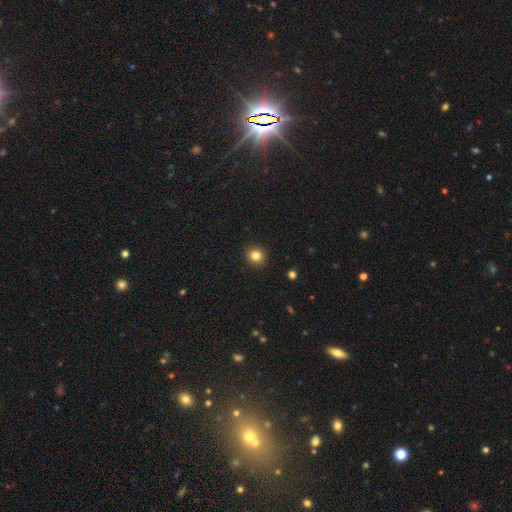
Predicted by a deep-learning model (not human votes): Smooth or featured?
  - smooth: 83% *
  - star or artifact: 12%
  - featured or disk: 5%
How rounded?
  - round: 91% *
  - in between: 8%
  - cigar-shaped: 1%
Merging?
  - none: 93% *
  - minor disturbance: 5%
  - major disturbance: 2%
  - merger: 1%